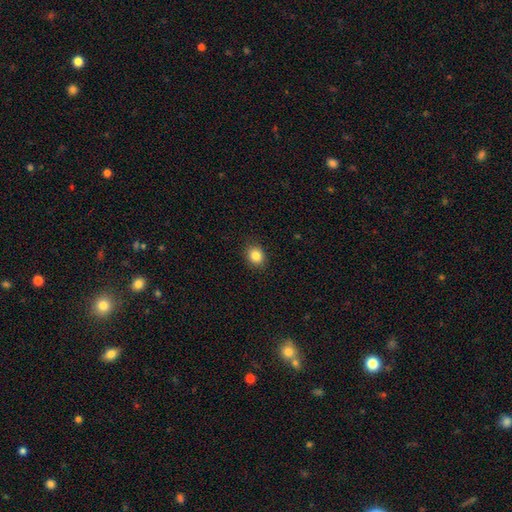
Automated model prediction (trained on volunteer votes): This is clearly a smooth galaxy (84%). How rounded: likely round (66%). Merging: clearly none (89%).